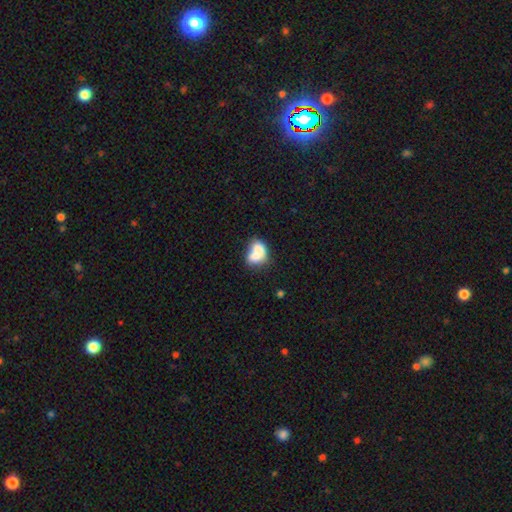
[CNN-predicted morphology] smooth-or-featured: smooth: 70% | featured or disk: 21% | star or artifact: 9%
  how-rounded: in between: 72% | round: 27% | cigar-shaped: 2%
  merging: merger: 55% | none: 23% | minor disturbance: 13% | major disturbance: 9%